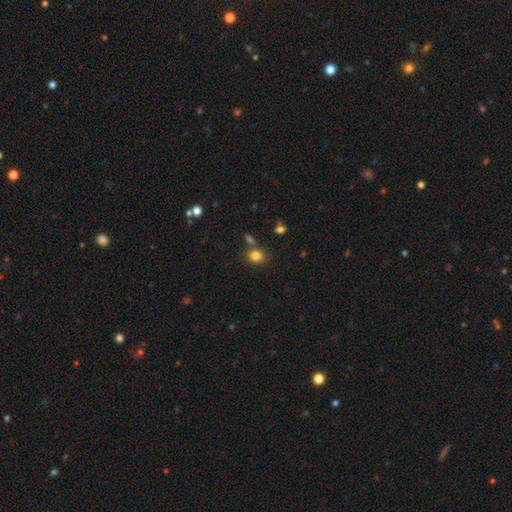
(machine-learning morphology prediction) A smooth galaxy with no disk features (82%) that is round (66%). Merging: none (74%).